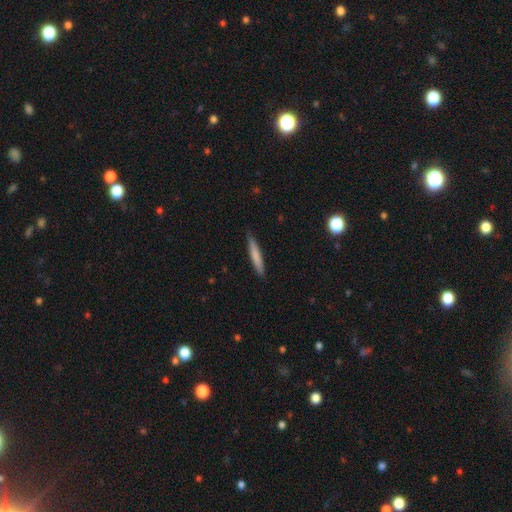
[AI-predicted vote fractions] Overall: smooth (74%). How rounded: cigar-shaped (94%). Merging: none (88%).